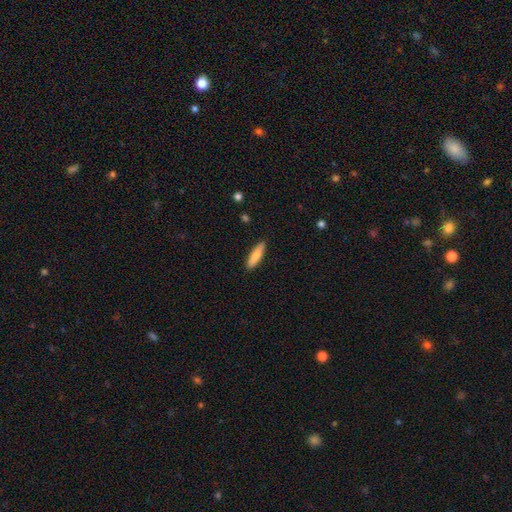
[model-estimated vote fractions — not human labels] smooth_or_featured: smooth (p=0.80) [alt: featured or disk p=0.15]
how_rounded: cigar-shaped (p=0.68) [alt: in between p=0.31]
merging: none (p=0.89) [alt: minor disturbance p=0.08]